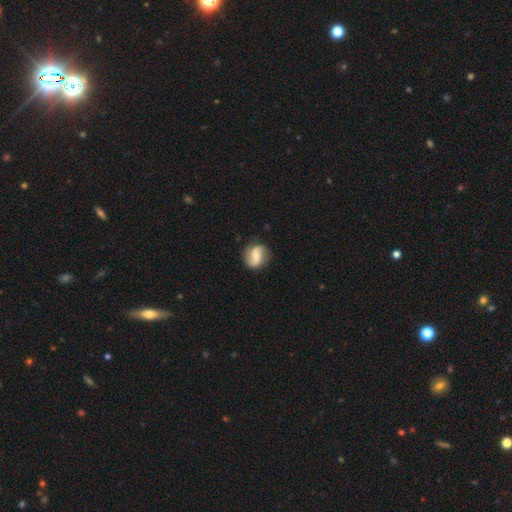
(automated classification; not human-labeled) This appears to be a featured or disk galaxy (73%) with a weak bar (43%), 2 (91%) loose (51%) spiral arms (94%) and a moderate central bulge (45%). Merging: none (82%).